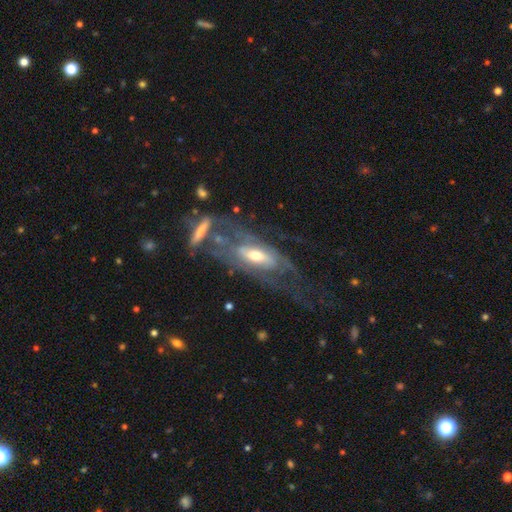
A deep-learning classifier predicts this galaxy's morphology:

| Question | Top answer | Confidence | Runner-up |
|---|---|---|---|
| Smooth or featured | featured or disk | 76% | smooth (18%) |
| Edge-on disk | no | 83% | yes (17%) |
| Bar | no | 44% | weak (31%) |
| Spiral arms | yes | 73% | no (27%) |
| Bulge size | moderate | 65% | small (19%) |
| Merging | none | 36% | major disturbance (31%) |